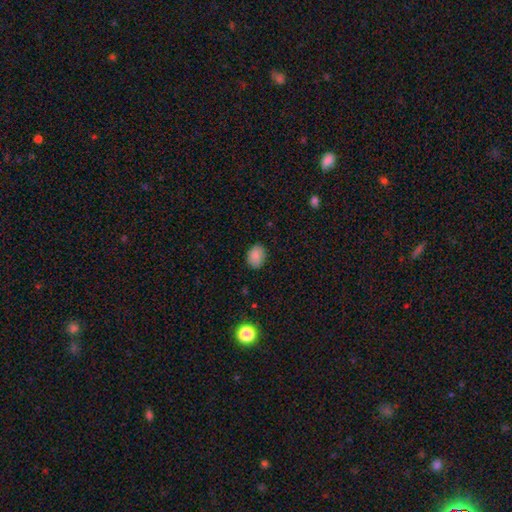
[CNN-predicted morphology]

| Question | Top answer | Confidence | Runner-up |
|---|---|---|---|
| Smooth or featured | smooth | 87% | star or artifact (9%) |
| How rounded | in between | 71% | round (28%) |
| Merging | none | 86% | minor disturbance (10%) |